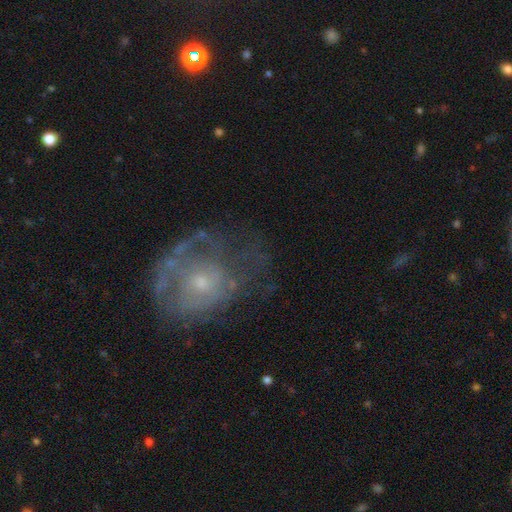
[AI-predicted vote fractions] Smooth or featured? featured or disk (65%)
Edge-on disk? no (97%)
Bar? no (84%)
Spiral arms? yes (50%, tied with no)
Bulge size? small (63%)
Merging? none (49%)